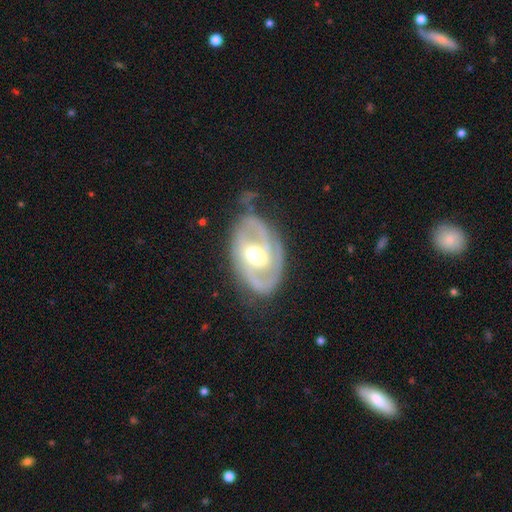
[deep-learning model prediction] This appears to be a featured or disk galaxy (83%) with a weak bar (44%), 2 (78%) medium (44%) spiral arms (86%) and a moderate central bulge (69%). Merging: none (69%).